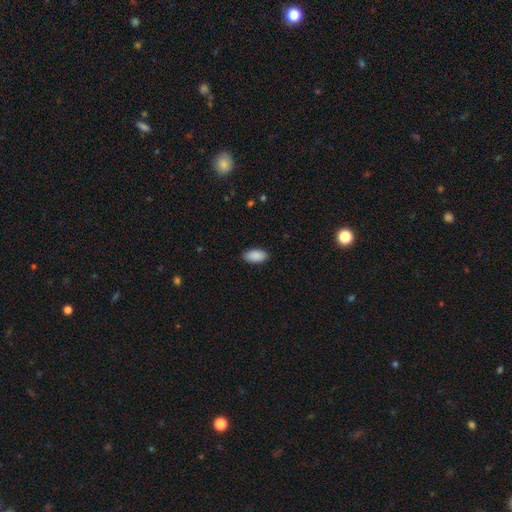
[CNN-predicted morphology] Q: Smooth or featured?
A: smooth (90%); runner-up: star or artifact (6%)
Q: How rounded?
A: in between (95%); runner-up: cigar-shaped (3%)
Q: Merging?
A: none (89%); runner-up: minor disturbance (9%)